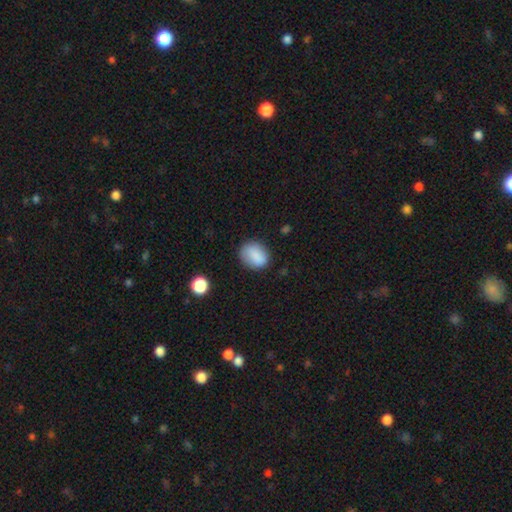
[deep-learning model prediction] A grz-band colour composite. It shows a smooth galaxy with no disk features (84%) that is in between round and cigar-shaped (56%). Merging: none (74%).